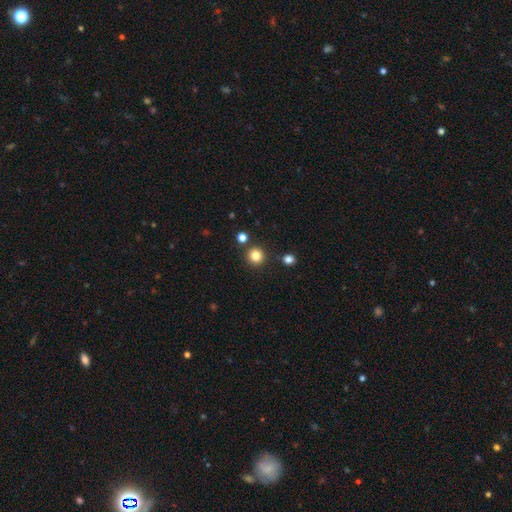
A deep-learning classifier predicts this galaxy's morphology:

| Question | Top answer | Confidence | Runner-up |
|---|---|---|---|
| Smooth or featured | smooth | 83% | star or artifact (13%) |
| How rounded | round | 94% | in between (5%) |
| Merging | none | 88% | minor disturbance (6%) |